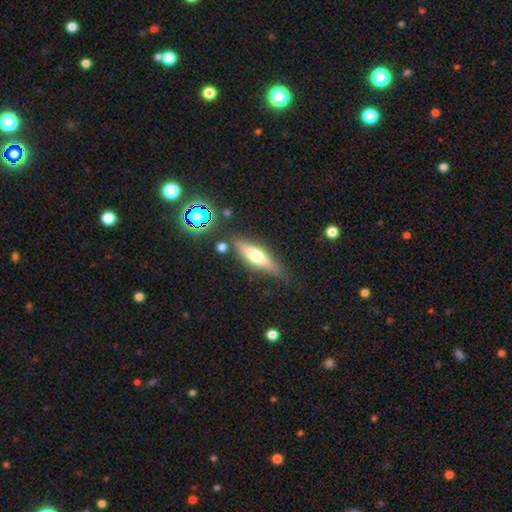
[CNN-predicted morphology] smooth_or_featured: smooth (p=0.48) [alt: featured or disk p=0.44]
merging: none (p=0.79) [alt: minor disturbance p=0.13]